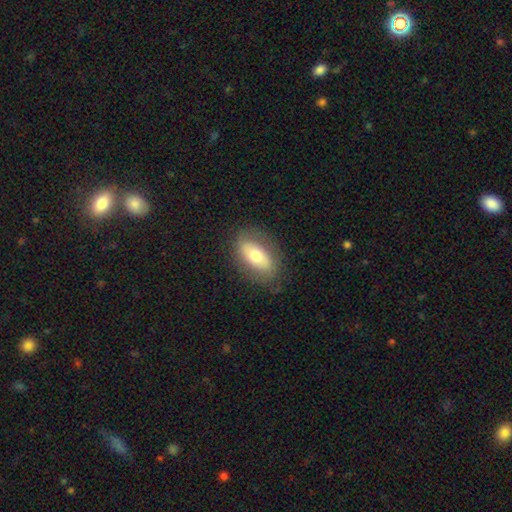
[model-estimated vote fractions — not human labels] This appears to be a smooth galaxy with no disk features (62%) that is in between round and cigar-shaped (89%). Merging: none (79%).